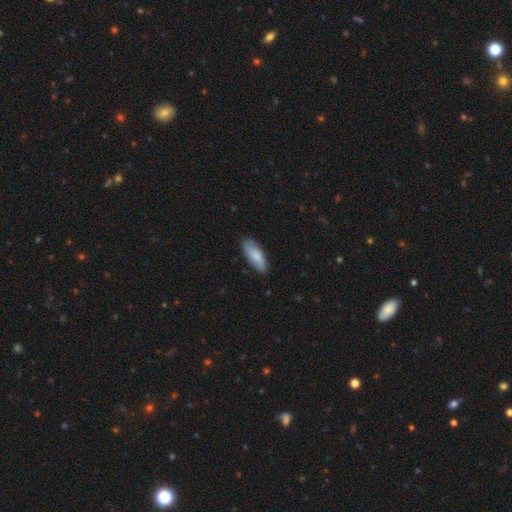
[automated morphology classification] smooth 78%, featured or disk 16%, star or artifact 6%. Down the decision tree: how rounded — in between (67%); merging — none (80%).